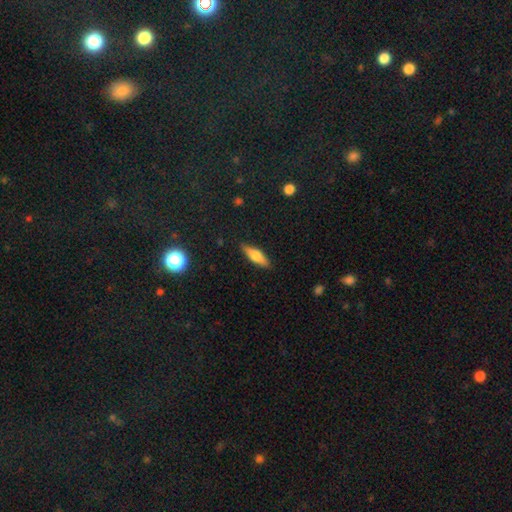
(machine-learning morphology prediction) type=smooth (61%); roundness=cigar-shaped (54%); merging=none (87%).